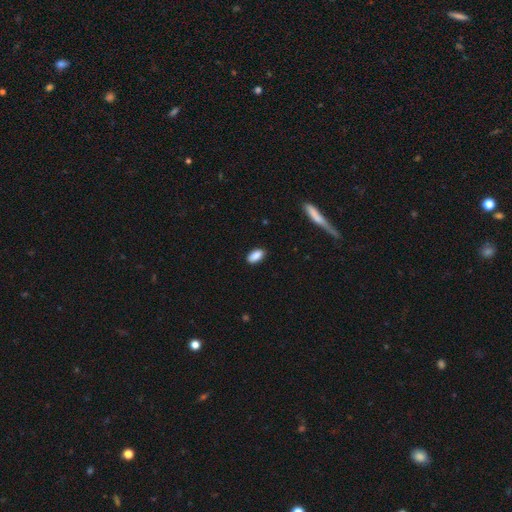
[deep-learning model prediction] The model was most divided on "merging": none: 86%, minor disturbance: 11%, major disturbance: 2%, merger: 1%. More confident: how rounded — in between (89%); smooth or featured — smooth (88%).